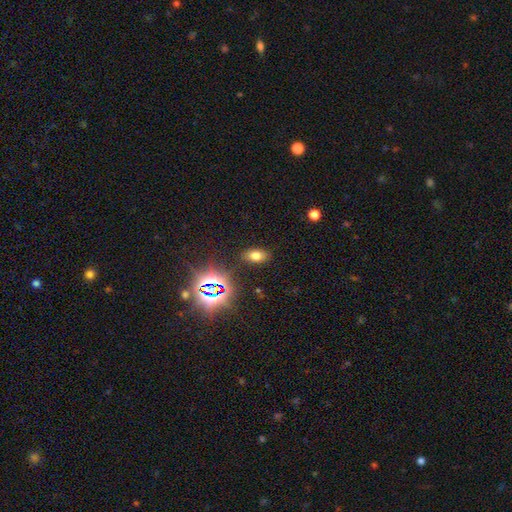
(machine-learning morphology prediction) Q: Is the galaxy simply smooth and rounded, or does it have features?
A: smooth — 64%.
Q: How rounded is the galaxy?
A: in between — 87%.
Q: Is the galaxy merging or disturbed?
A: none — 86%.